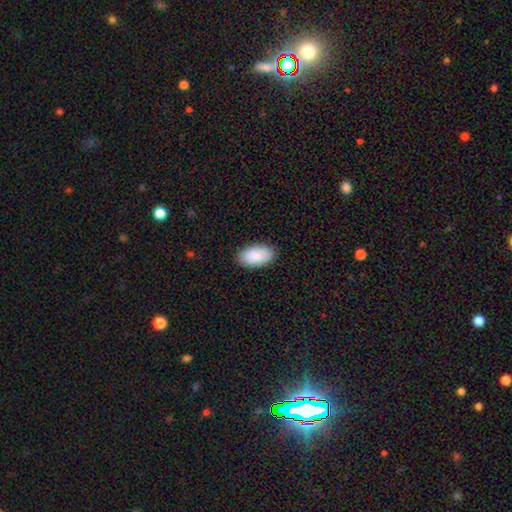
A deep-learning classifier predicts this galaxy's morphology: Smooth or featured? Predicted: smooth (p=0.88). How rounded? Predicted: in between (p=0.96). Merging? Predicted: none (p=0.87).